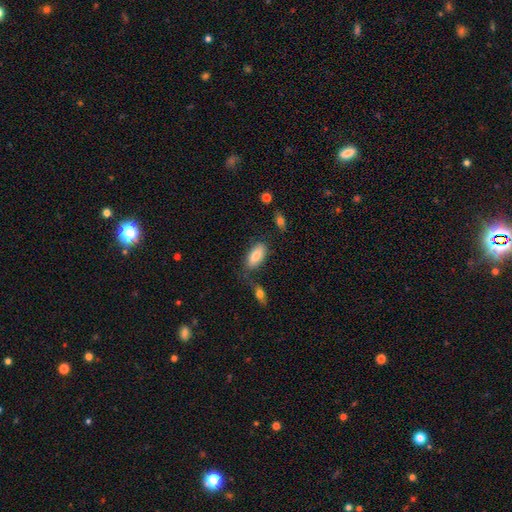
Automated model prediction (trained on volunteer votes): Smooth or featured? smooth (82%)
How rounded? in between (88%)
Merging? none (67%)